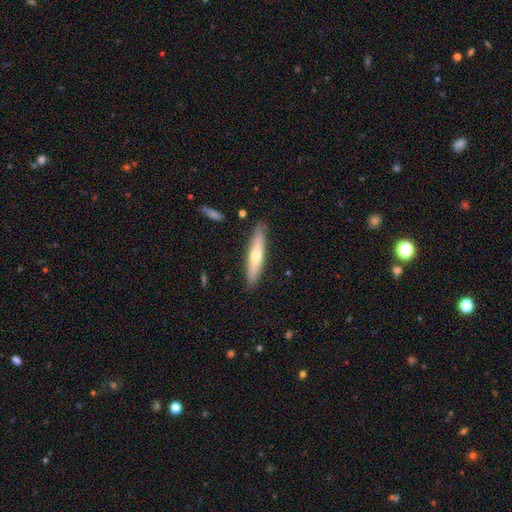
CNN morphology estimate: Overall: smooth (53%; featured or disk 41%). How rounded: cigar-shaped (85%). Merging: none (88%).